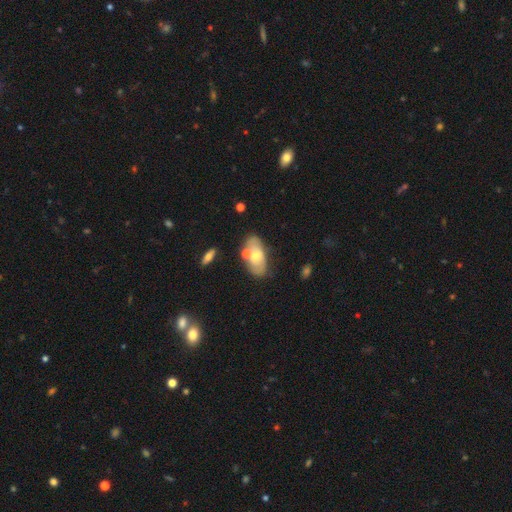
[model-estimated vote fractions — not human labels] A smooth galaxy with no disk features (52%) that is in between round and cigar-shaped (90%).

Vote fractions:
- Smooth or featured? smooth: 52% / featured or disk: 41% / star or artifact: 7%
- How rounded? in between: 90% / round: 5% / cigar-shaped: 5%
- Merging? none: 61% / minor disturbance: 18% / merger: 15% / major disturbance: 5%